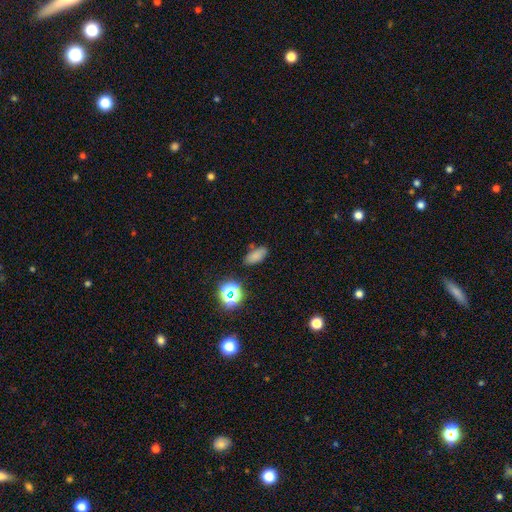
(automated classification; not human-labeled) This is likely a smooth galaxy (75%). How rounded: clearly in between (84%). Merging: likely none (78%).